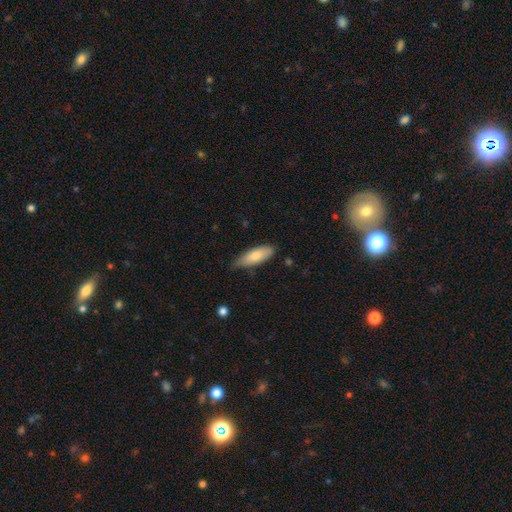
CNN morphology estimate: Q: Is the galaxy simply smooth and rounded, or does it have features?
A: smooth — 76%.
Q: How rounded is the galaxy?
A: in between — 67%.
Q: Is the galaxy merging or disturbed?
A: none — 69%.